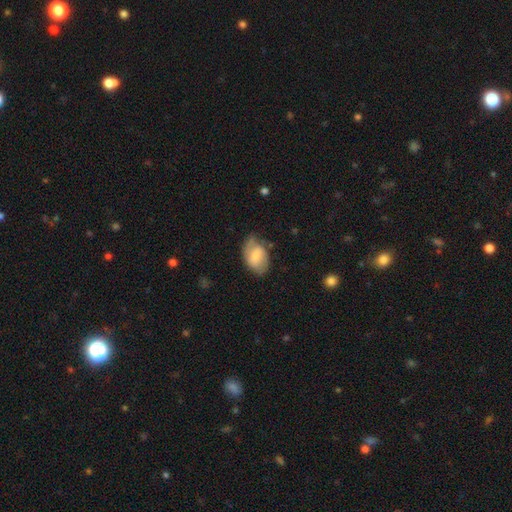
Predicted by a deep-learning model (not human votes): Morphology: type=smooth (51%); roundness=in between (86%); merging=none (53%).